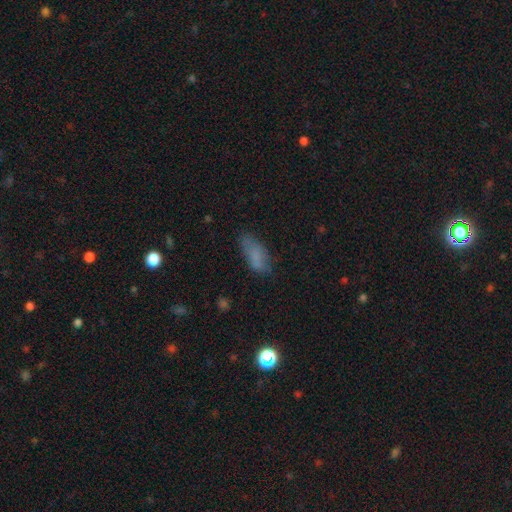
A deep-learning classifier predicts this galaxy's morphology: This is likely a smooth galaxy (74%). How rounded: clearly in between (81%). Merging: likely none (64%).